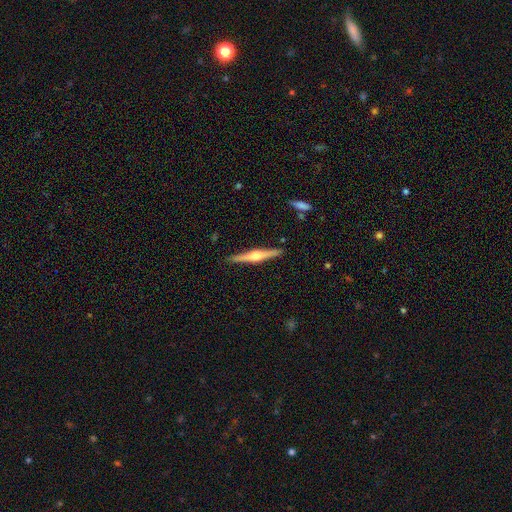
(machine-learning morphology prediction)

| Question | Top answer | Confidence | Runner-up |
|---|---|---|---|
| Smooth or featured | featured or disk | 76% | smooth (19%) |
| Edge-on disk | yes | 98% | no (2%) |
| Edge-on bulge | rounded | 89% | boxy (7%) |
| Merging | none | 91% | minor disturbance (6%) |